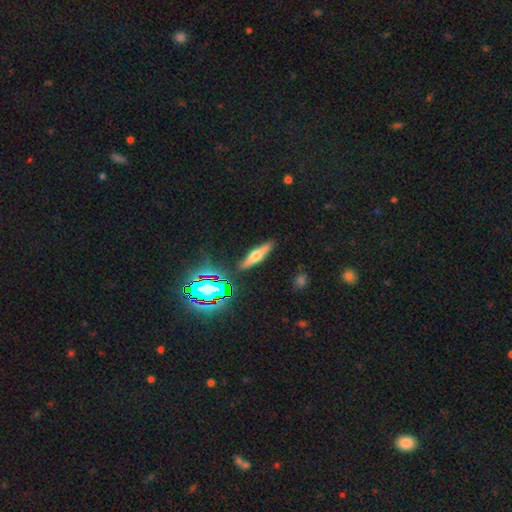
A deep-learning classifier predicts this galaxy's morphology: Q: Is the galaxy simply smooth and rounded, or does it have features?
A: smooth — 45%.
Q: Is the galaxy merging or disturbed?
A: none — 86%.